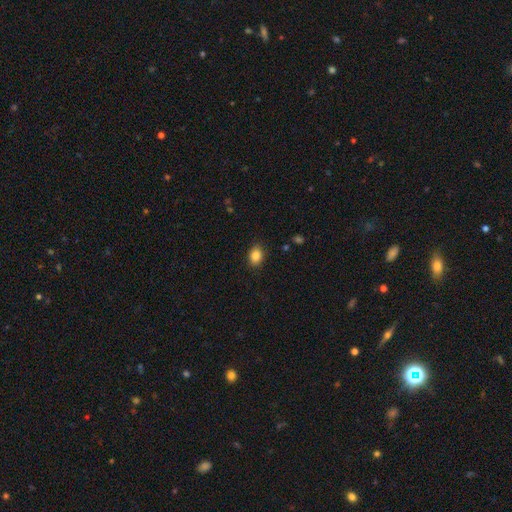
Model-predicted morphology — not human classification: Q: Smooth or featured?
A: smooth (85%); runner-up: star or artifact (9%)
Q: How rounded?
A: in between (69%); runner-up: round (30%)
Q: Merging?
A: none (88%); runner-up: minor disturbance (9%)